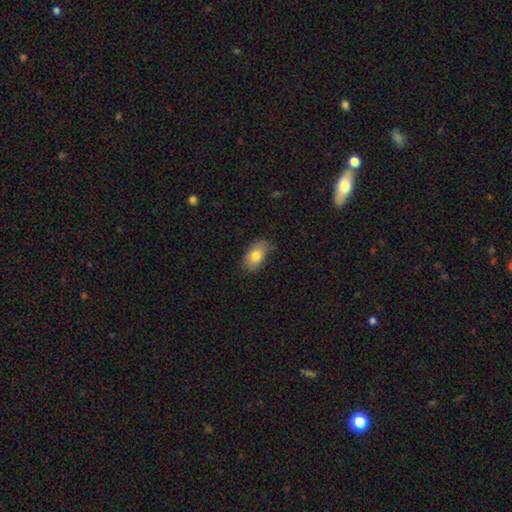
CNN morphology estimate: smooth-or-featured: smooth: 80% | featured or disk: 12% | star or artifact: 8%
  how-rounded: in between: 90% | round: 8% | cigar-shaped: 2%
  merging: none: 68% | minor disturbance: 26% | major disturbance: 5% | merger: 1%